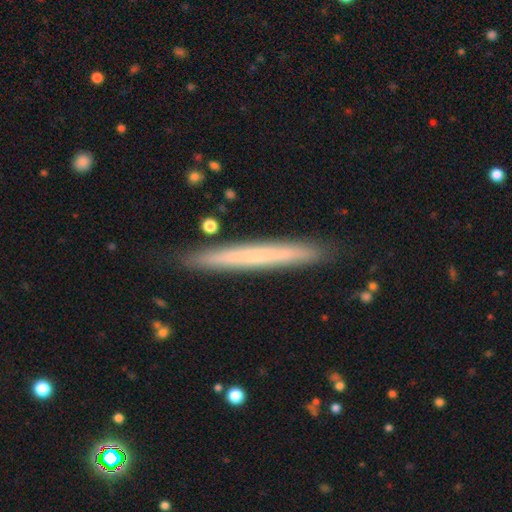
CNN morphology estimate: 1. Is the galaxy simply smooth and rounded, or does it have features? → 52% smooth, 41% featured or disk, 7% star or artifact.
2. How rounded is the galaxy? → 97% cigar-shaped, 2% in between, 1% round.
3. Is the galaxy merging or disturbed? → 89% none, 8% minor disturbance, 2% merger, 1% major disturbance.